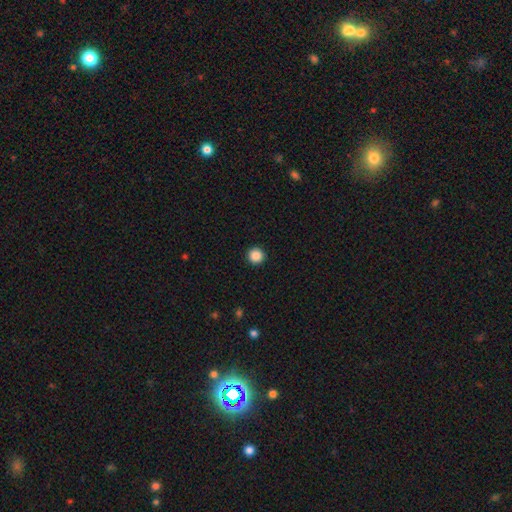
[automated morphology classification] smooth-or-featured: smooth: 87% | star or artifact: 10% | featured or disk: 3%
  how-rounded: round: 97% | in between: 2% | cigar-shaped: 1%
  merging: none: 94% | minor disturbance: 4% | major disturbance: 1% | merger: 1%